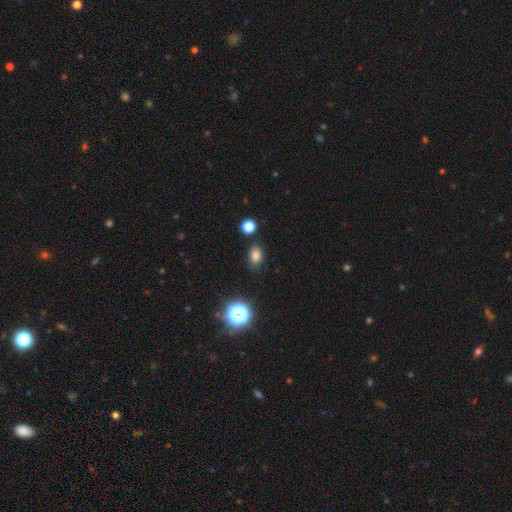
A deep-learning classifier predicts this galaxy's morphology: Smooth or featured?
  - smooth: 79% *
  - star or artifact: 15%
  - featured or disk: 6%
How rounded?
  - in between: 76% *
  - round: 22%
  - cigar-shaped: 2%
Merging?
  - none: 83% *
  - minor disturbance: 11%
  - merger: 4%
  - major disturbance: 3%